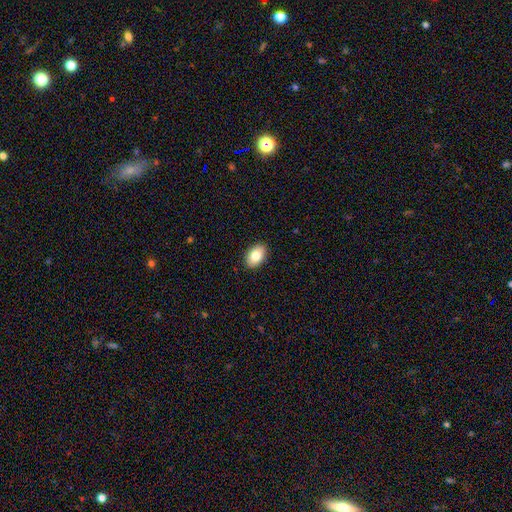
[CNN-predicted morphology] A smooth galaxy with no disk features (83%) that is in between round and cigar-shaped (88%). Merging: none (90%).